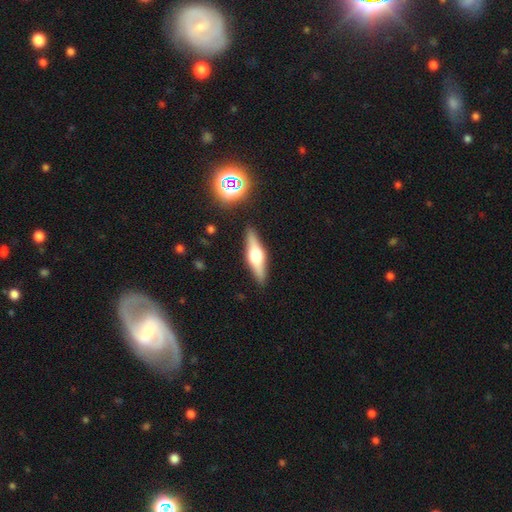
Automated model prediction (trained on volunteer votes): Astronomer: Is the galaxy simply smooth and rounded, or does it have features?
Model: featured or disk — 60%.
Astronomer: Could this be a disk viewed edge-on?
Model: yes — 95%.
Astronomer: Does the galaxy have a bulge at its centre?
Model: rounded — 92%.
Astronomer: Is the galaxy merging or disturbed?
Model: none — 88%.